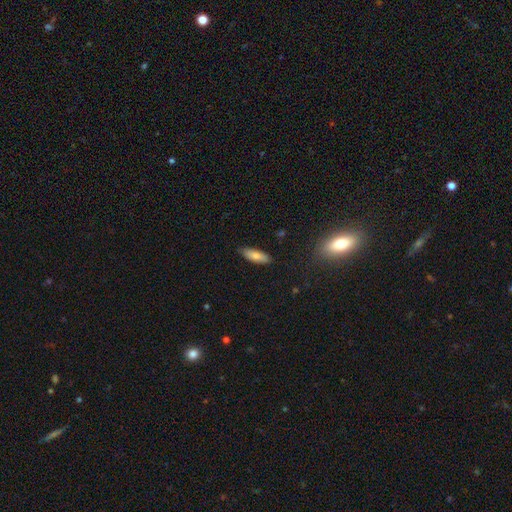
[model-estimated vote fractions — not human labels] smooth 79%, featured or disk 15%, star or artifact 7%. Down the decision tree: how rounded — in between (57%); merging — none (86%).